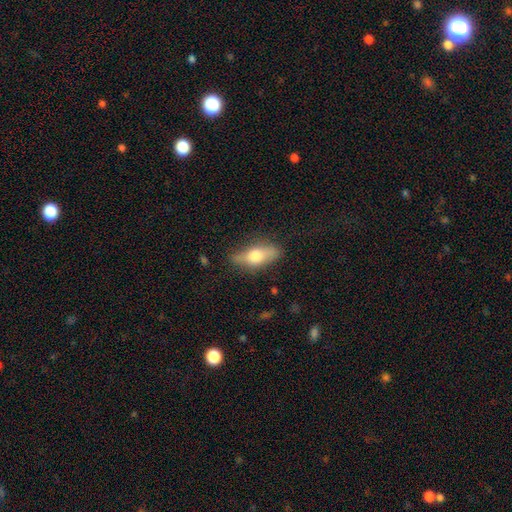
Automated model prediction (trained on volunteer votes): Smooth or featured? smooth (57%)
How rounded? in between (63%)
Merging? none (81%)